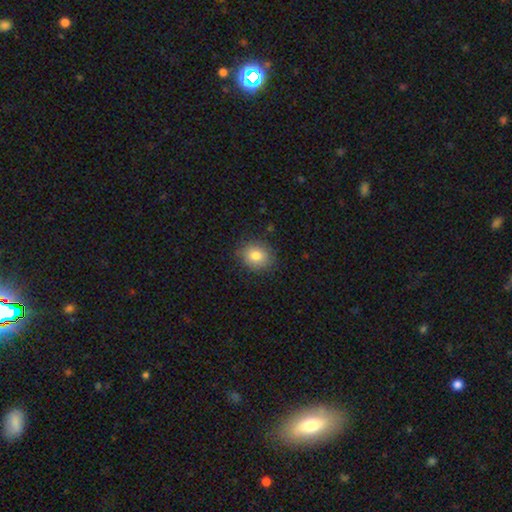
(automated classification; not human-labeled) smooth-or-featured: smooth: 81% | star or artifact: 10% | featured or disk: 9%
  how-rounded: round: 66% | in between: 33% | cigar-shaped: 1%
  merging: none: 85% | minor disturbance: 11% | major disturbance: 3% | merger: 1%